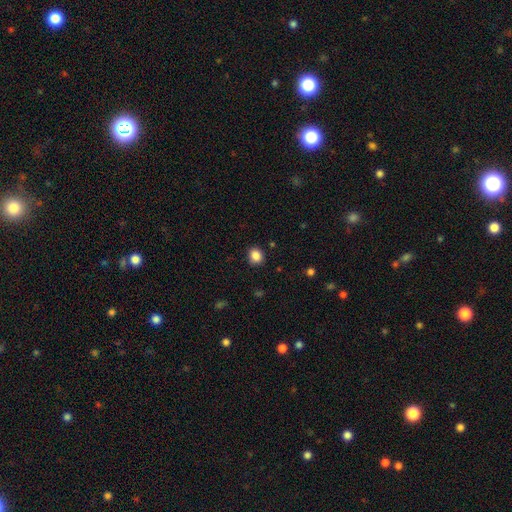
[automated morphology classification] A smooth galaxy with no disk features (87%) that is round (67%). Merging: none (88%).